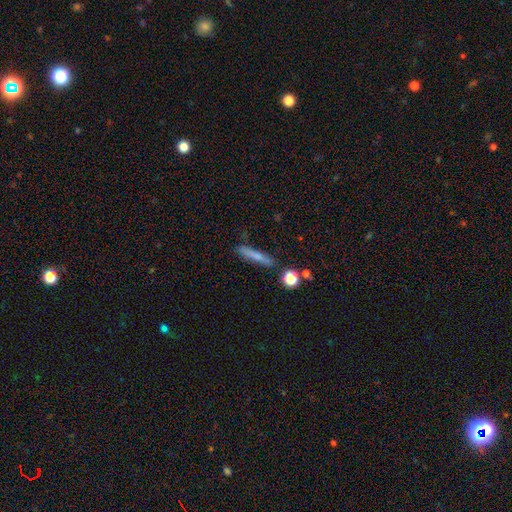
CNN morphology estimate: Smooth or featured?
  - smooth: 67% *
  - featured or disk: 24%
  - star or artifact: 9%
How rounded?
  - cigar-shaped: 90% *
  - in between: 7%
  - round: 3%
Merging?
  - none: 80% *
  - minor disturbance: 12%
  - merger: 4%
  - major disturbance: 3%